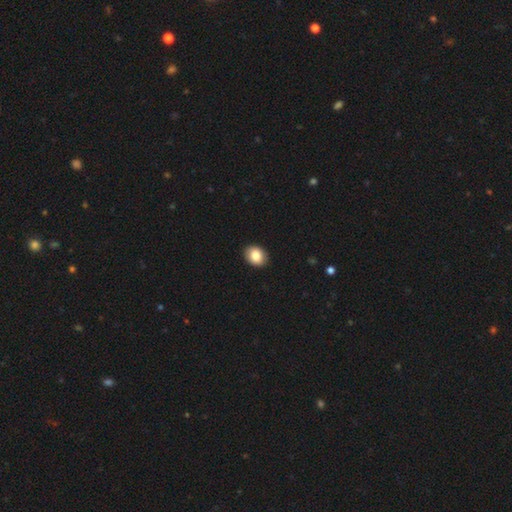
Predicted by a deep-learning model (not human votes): Overall: smooth (87%). How rounded: in between (58%; round 41%). Merging: none (91%).